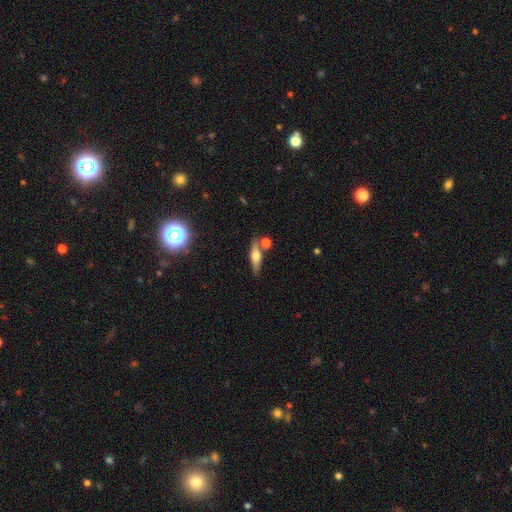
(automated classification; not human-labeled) A featured or disk galaxy (50%).

Vote fractions:
- Smooth or featured? featured or disk: 50% / smooth: 41% / star or artifact: 10%
- Merging? none: 71% / merger: 14% / minor disturbance: 12% / major disturbance: 4%